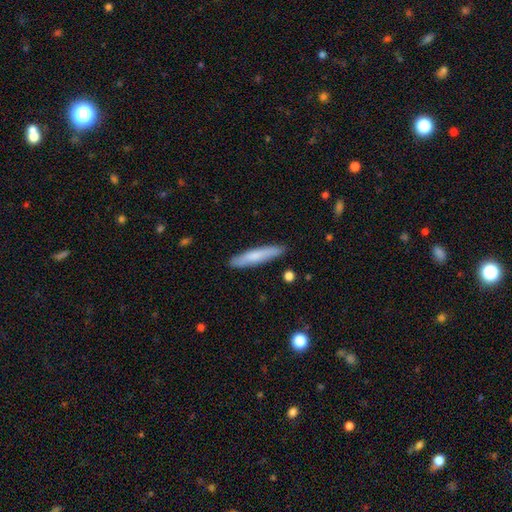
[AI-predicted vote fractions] A smooth galaxy with no disk features (72%) that is cigar-shaped (89%). Merging: none (88%).